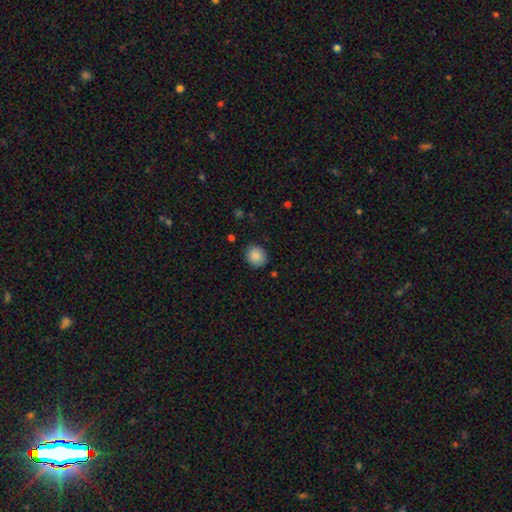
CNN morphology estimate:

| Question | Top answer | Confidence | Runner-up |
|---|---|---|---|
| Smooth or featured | smooth | 88% | star or artifact (8%) |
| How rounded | round | 80% | in between (19%) |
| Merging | none | 86% | minor disturbance (11%) |